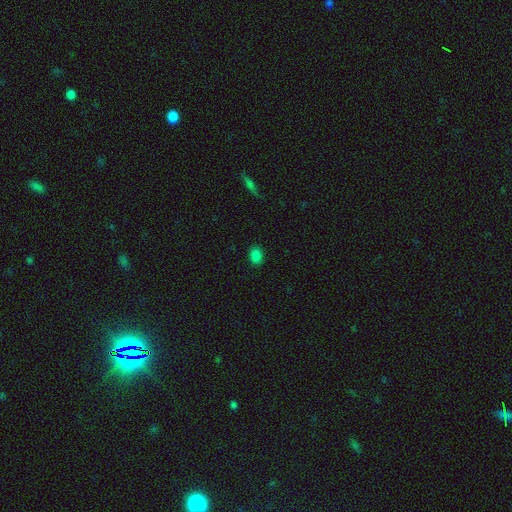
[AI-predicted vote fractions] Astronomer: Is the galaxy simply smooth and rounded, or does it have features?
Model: smooth — 83%.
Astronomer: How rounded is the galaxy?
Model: in between — 63%.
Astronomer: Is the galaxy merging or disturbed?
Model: none — 89%.